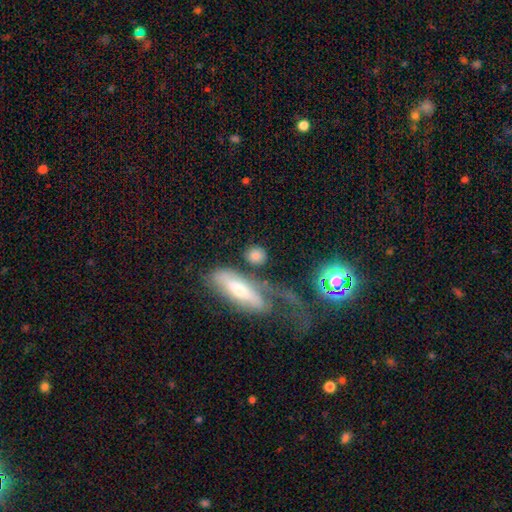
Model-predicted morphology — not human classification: A smooth galaxy with no disk features (78%) that is round (62%).

Vote fractions:
- Smooth or featured? smooth: 78% / featured or disk: 14% / star or artifact: 8%
- How rounded? round: 62% / in between: 28% / cigar-shaped: 10%
- Merging? none: 72% / minor disturbance: 12% / merger: 9% / major disturbance: 6%